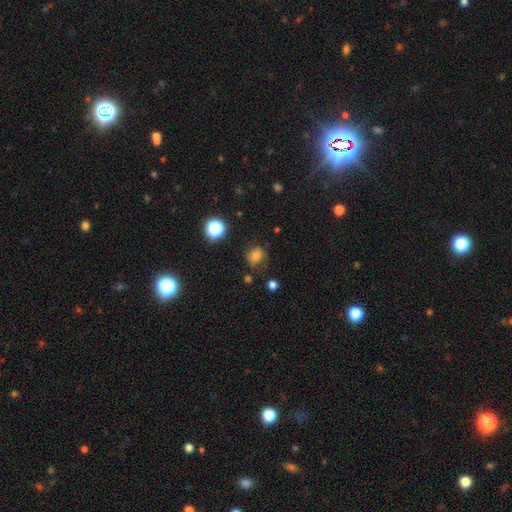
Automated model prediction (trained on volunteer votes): Morphology: type=smooth (75%); roundness=round (74%); merging=none (71%).